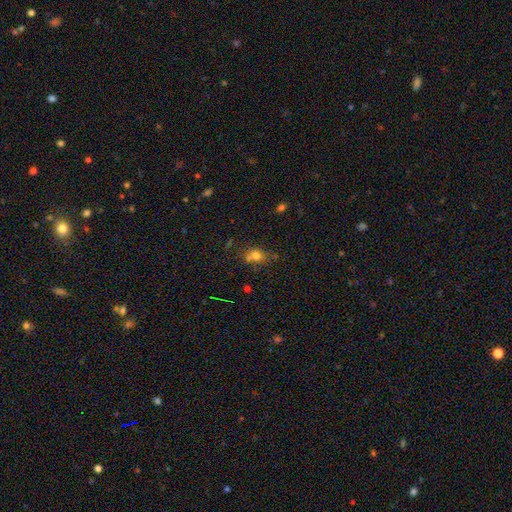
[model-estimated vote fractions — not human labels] Q: Smooth or featured?
A: smooth (71%); runner-up: star or artifact (18%)
Q: How rounded?
A: round (60%); runner-up: in between (38%)
Q: Merging?
A: none (58%); runner-up: merger (21%)